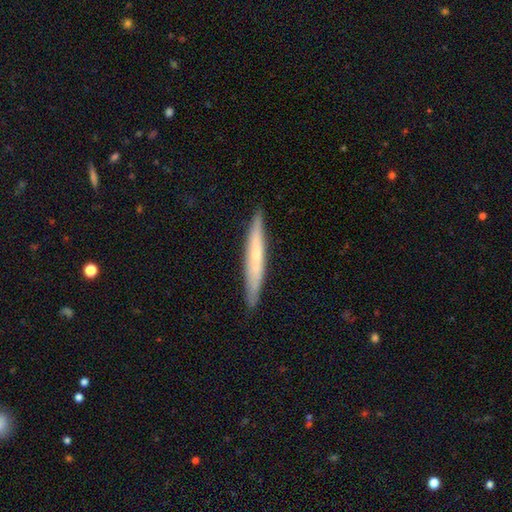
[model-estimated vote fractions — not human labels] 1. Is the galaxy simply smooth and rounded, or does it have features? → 51% smooth, 43% featured or disk, 6% star or artifact.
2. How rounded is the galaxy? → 95% cigar-shaped, 3% in between, 1% round.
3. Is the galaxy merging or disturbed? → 88% none, 9% minor disturbance, 2% major disturbance, 1% merger.